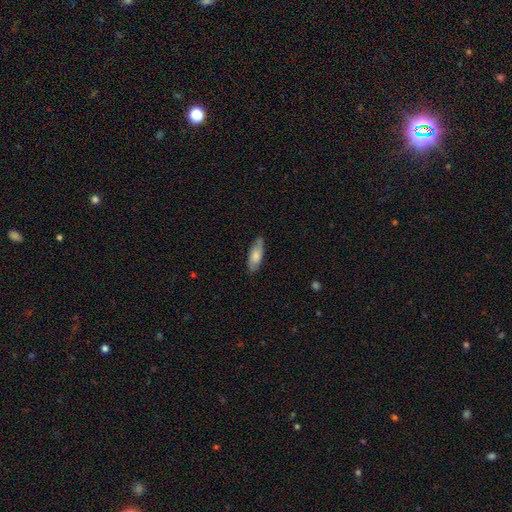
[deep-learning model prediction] A smooth galaxy with no disk features (74%) that is in between round and cigar-shaped (63%). Merging: none (81%).